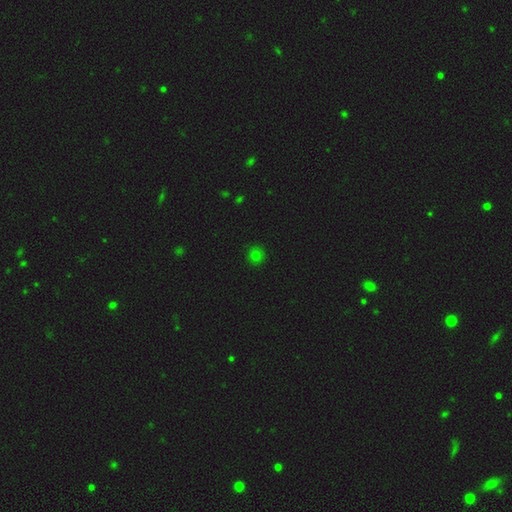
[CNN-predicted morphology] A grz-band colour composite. It shows a smooth galaxy with no disk features (75%) that is round (93%). Merging: none (91%).